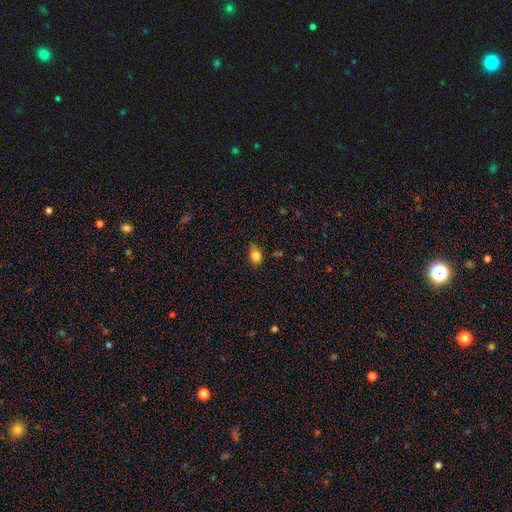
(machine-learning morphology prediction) The model was most divided on "merging": none: 56%, minor disturbance: 34%, major disturbance: 7%, merger: 2%. More confident: smooth or featured — smooth (83%); how rounded — in between (64%).